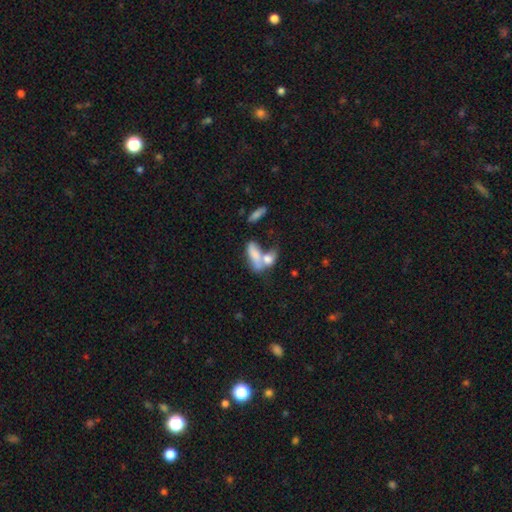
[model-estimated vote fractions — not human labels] Morphology: type=smooth (70%); roundness=in between (78%); merging=merger (61%).